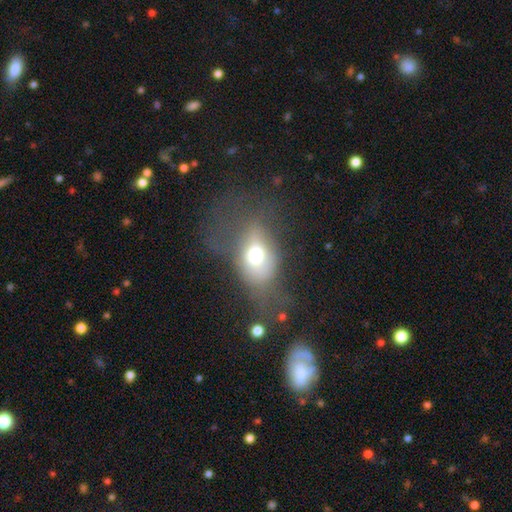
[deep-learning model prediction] This appears to be a smooth galaxy with no disk features (61%) that is in between round and cigar-shaped (70%). Merging: none (39%).